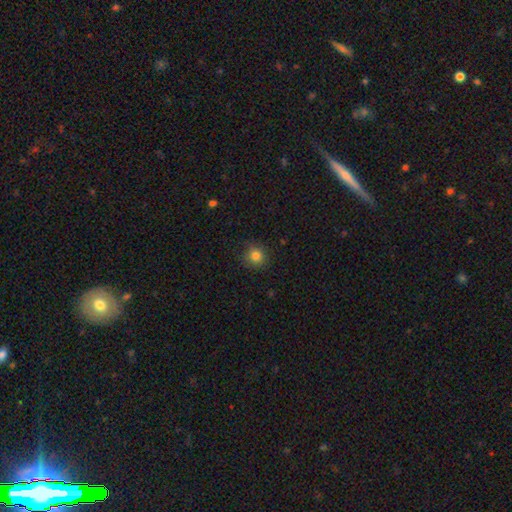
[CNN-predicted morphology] A smooth galaxy with no disk features (82%) that is round (91%). Merging: none (86%).